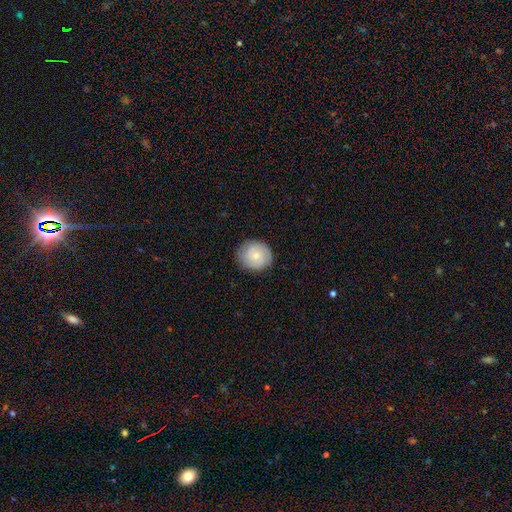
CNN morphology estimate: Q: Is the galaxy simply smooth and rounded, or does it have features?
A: smooth — 64%.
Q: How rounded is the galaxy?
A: round — 79%.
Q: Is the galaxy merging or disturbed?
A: none — 84%.